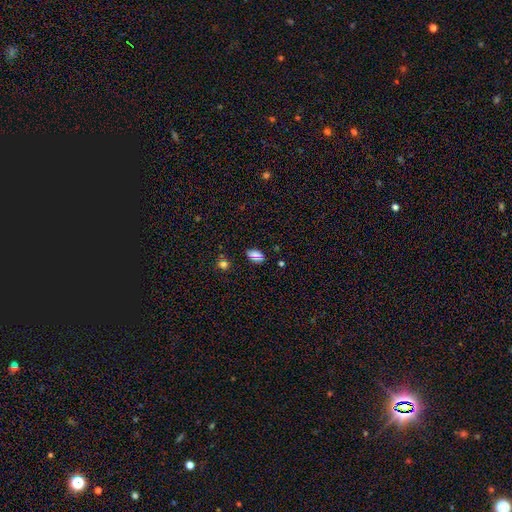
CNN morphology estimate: smooth 72%, star or artifact 21%, featured or disk 7%. Down the decision tree: how rounded — in between (87%); merging — none (83%).